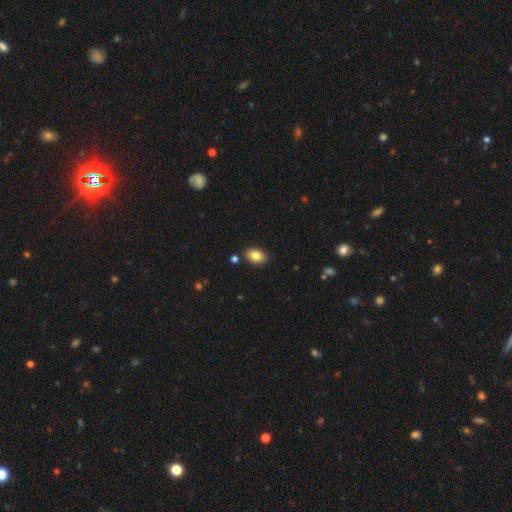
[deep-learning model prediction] A smooth galaxy with no disk features (83%) that is in between round and cigar-shaped (85%).

Vote fractions:
- Smooth or featured? smooth: 83% / featured or disk: 9% / star or artifact: 8%
- How rounded? in between: 85% / round: 14% / cigar-shaped: 1%
- Merging? none: 87% / minor disturbance: 9% / merger: 3% / major disturbance: 2%